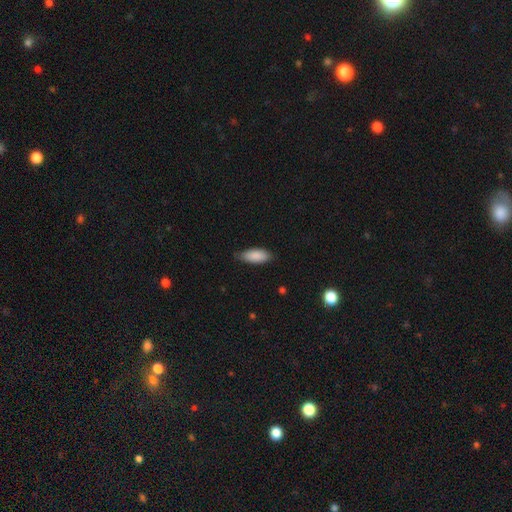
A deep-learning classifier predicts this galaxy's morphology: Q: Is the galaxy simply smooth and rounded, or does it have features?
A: smooth — 88%.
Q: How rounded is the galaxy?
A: in between — 80%.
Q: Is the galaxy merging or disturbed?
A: none — 75%.